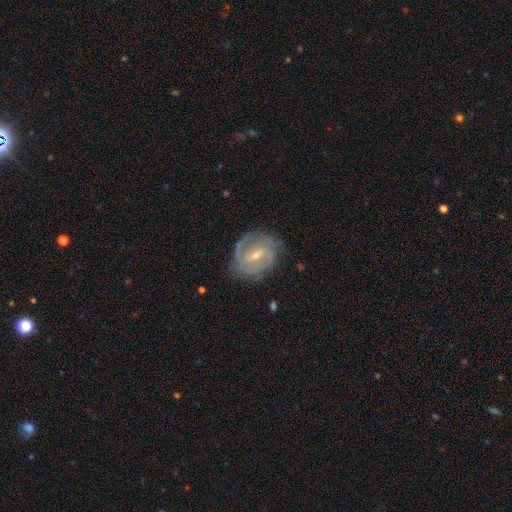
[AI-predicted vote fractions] Morphology: type=featured or disk (89%); edge-on=no (97%); bar=weak (52%); spiral arms=yes (97%); winding=tight (55%); arm count=2 (40%); bulge=small (64%); merging=none (76%).